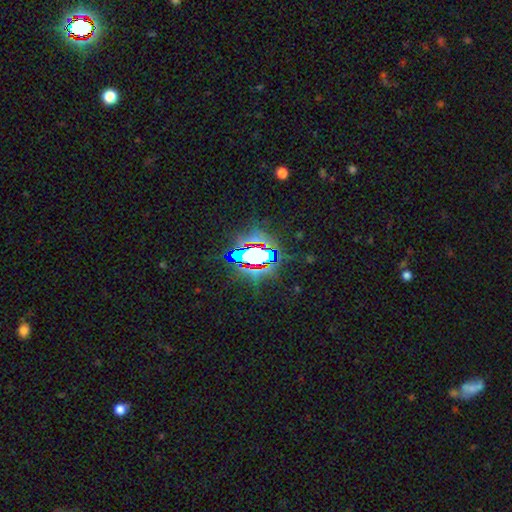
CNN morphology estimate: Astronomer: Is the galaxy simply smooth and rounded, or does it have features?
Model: star or artifact — 73%.